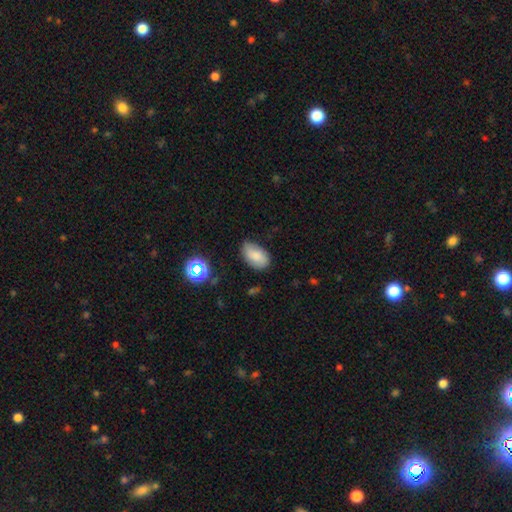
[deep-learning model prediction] Q: Smooth or featured?
A: smooth (82%); runner-up: star or artifact (9%)
Q: How rounded?
A: in between (92%); runner-up: round (6%)
Q: Merging?
A: none (72%); runner-up: minor disturbance (22%)